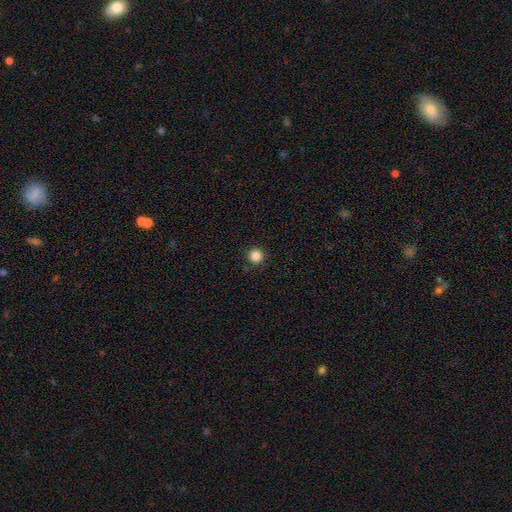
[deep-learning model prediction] smooth-or-featured: smooth: 85% | star or artifact: 12% | featured or disk: 3%
  how-rounded: round: 95% | in between: 4% | cigar-shaped: 1%
  merging: none: 91% | minor disturbance: 6% | major disturbance: 2% | merger: 1%